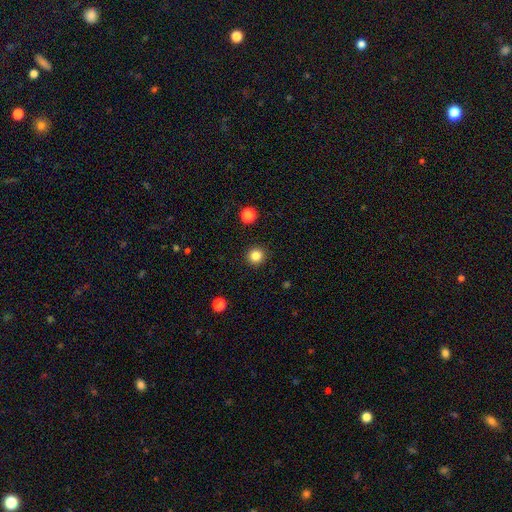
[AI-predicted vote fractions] Morphology: type=smooth (84%); roundness=round (95%); merging=none (93%).